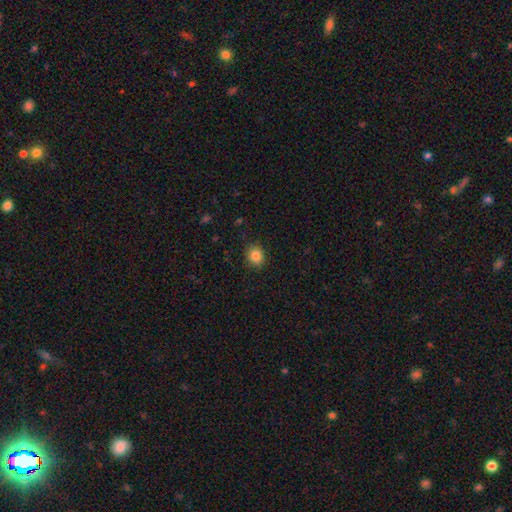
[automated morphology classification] A smooth galaxy with no disk features (85%) that is round (70%).

Vote fractions:
- Smooth or featured? smooth: 85% / star or artifact: 11% / featured or disk: 5%
- How rounded? round: 70% / in between: 29% / cigar-shaped: 1%
- Merging? none: 88% / minor disturbance: 9% / major disturbance: 2% / merger: 1%